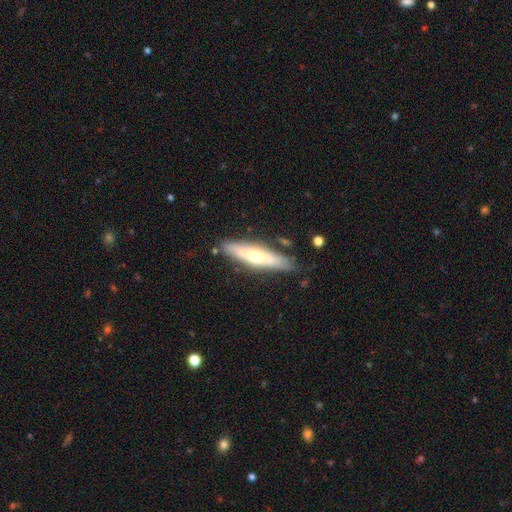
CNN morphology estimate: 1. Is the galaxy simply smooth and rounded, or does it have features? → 51% featured or disk, 43% smooth, 6% star or artifact.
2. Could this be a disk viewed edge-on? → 70% yes, 30% no.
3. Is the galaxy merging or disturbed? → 79% none, 14% minor disturbance, 3% major disturbance, 3% merger.